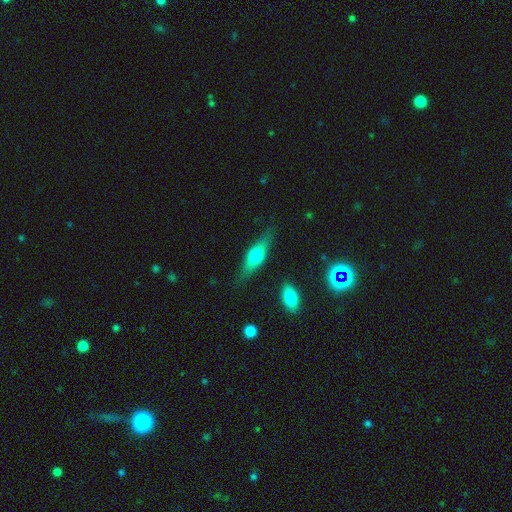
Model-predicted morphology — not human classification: smooth_or_featured: smooth (p=0.53) [alt: featured or disk p=0.41]
how_rounded: in between (p=0.49) [alt: cigar-shaped p=0.47]
merging: none (p=0.79) [alt: minor disturbance p=0.14]